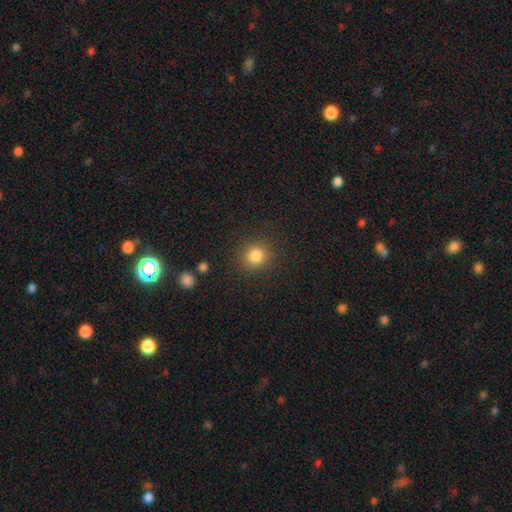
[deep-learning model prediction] This is clearly a smooth galaxy (83%). How rounded: clearly round (83%). Merging: clearly none (87%).